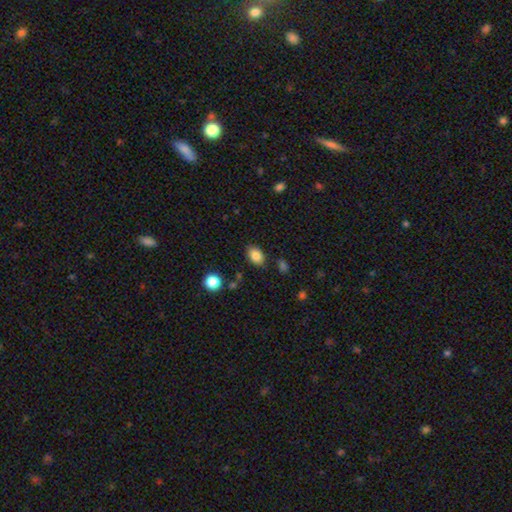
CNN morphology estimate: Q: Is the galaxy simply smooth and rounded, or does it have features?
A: smooth — 84%.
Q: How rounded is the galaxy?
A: in between — 83%.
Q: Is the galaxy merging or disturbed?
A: none — 84%.